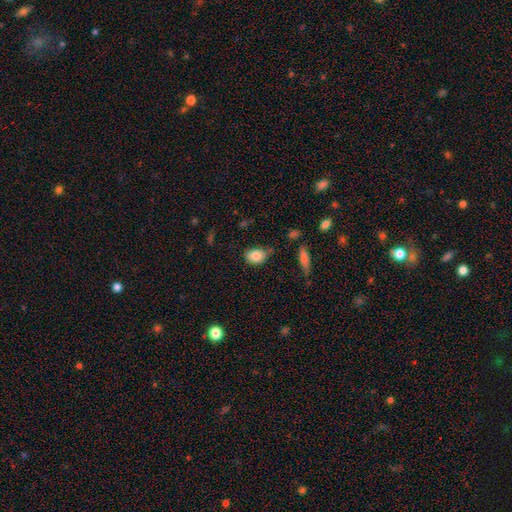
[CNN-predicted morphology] Smooth or featured: smooth — 83% (featured or disk — 9%)
How rounded: in between — 73% (round — 25%)
Merging: none — 65% (minor disturbance — 26%)